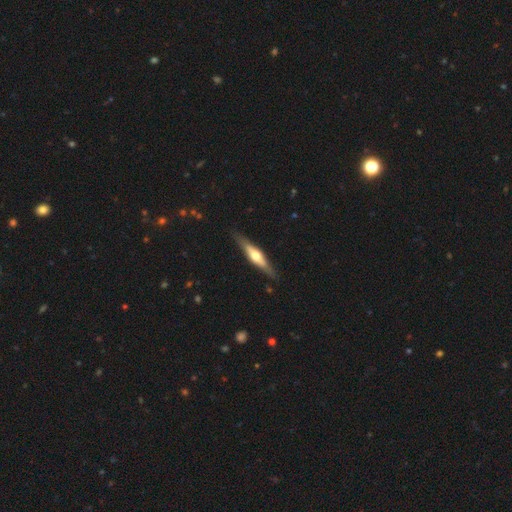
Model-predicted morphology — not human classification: This appears to be a featured or disk galaxy (63%) viewed edge-on (94%) with a rounded central bulge (89%). Merging: none (86%).